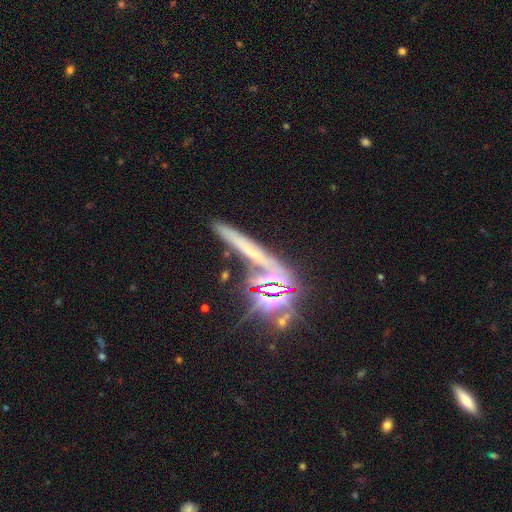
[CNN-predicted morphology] Smooth or featured?
  - star or artifact: 58% *
  - featured or disk: 22%
  - smooth: 20%